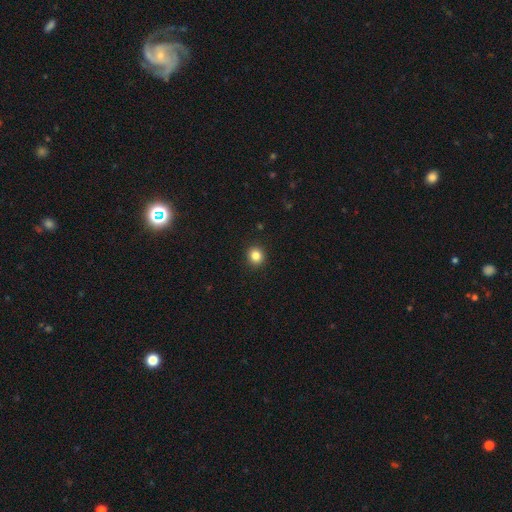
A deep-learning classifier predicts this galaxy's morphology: Q: Smooth or featured?
A: smooth (85%); runner-up: star or artifact (11%)
Q: How rounded?
A: round (87%); runner-up: in between (12%)
Q: Merging?
A: none (92%); runner-up: minor disturbance (5%)